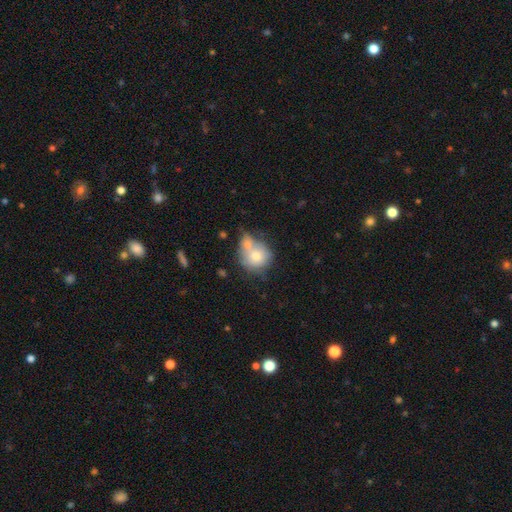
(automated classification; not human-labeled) Overall: smooth (72%). How rounded: round (80%). Merging: merger (50%; none 29%).